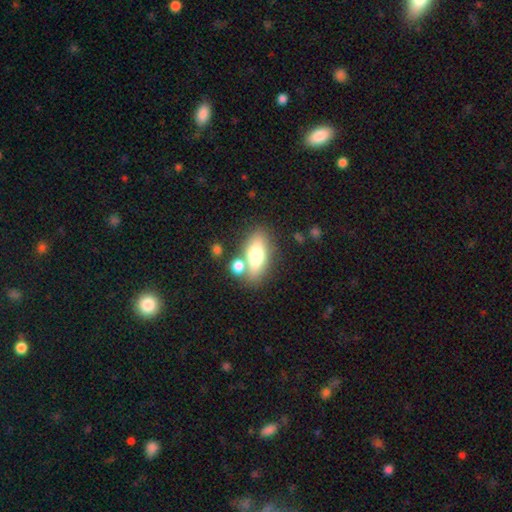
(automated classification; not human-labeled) Smooth or featured?
  - smooth: 65% *
  - featured or disk: 26%
  - star or artifact: 9%
How rounded?
  - in between: 74% *
  - cigar-shaped: 17%
  - round: 8%
Merging?
  - none: 62% *
  - merger: 21%
  - minor disturbance: 12%
  - major disturbance: 5%